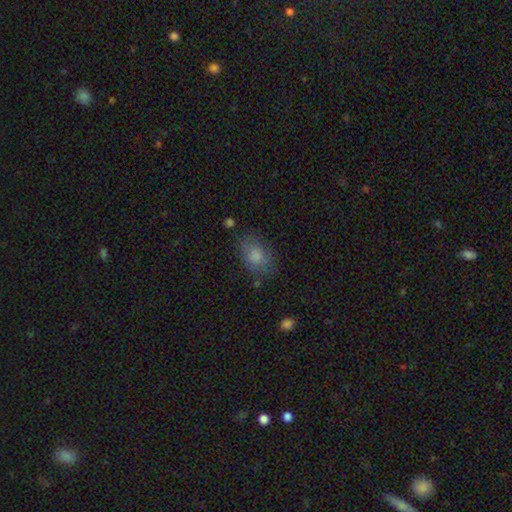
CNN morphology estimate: This appears to be a smooth galaxy with no disk features (80%) that is in between round and cigar-shaped (76%). Merging: none (65%).